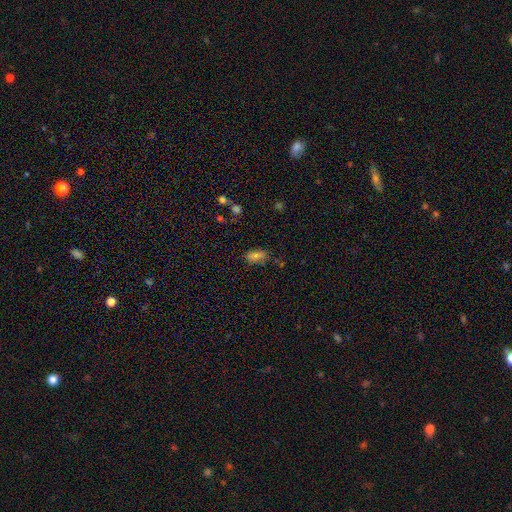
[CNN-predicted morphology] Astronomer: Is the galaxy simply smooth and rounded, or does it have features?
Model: smooth — 67%.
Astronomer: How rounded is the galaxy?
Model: in between — 84%.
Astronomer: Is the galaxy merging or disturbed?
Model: none — 72%.